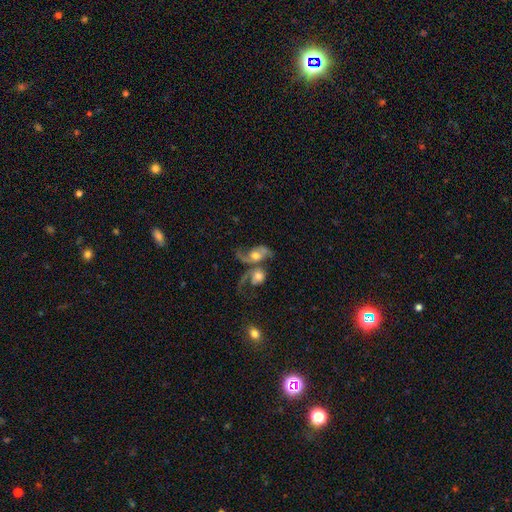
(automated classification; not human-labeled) The model was most divided on "spiral winding": loose: 64%, medium: 28%, tight: 8%. More confident: edge-on disk — no (96%); spiral arms — yes (87%); spiral arm count — 2 (74%); smooth or featured — featured or disk (70%); bar — no (68%); merging — merger (61%); bulge size — moderate (59%).